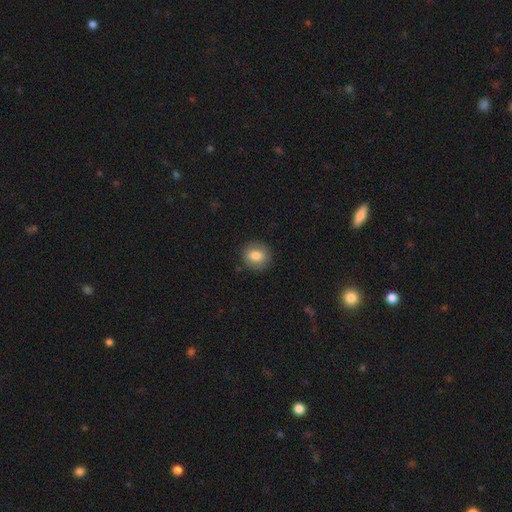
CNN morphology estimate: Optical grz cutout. It shows a smooth galaxy with no disk features (80%) that is round (85%). Merging: none (89%).